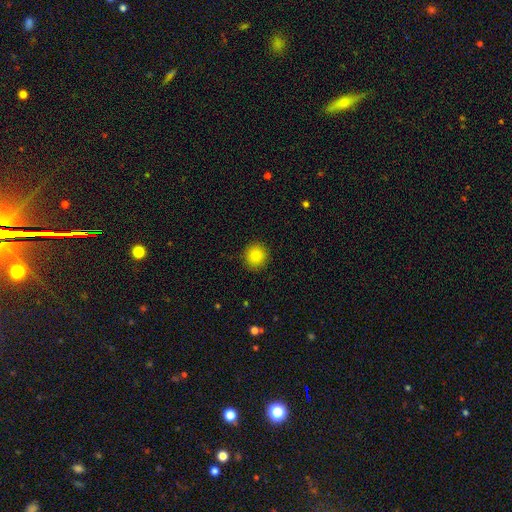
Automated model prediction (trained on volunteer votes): Smooth or featured? smooth (85%)
How rounded? round (91%)
Merging? none (91%)